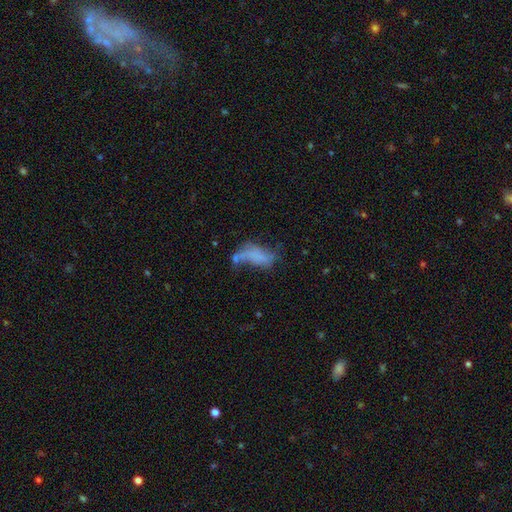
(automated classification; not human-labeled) smooth_or_featured: smooth (p=0.58) [alt: featured or disk p=0.29]
how_rounded: in between (p=0.81) [alt: cigar-shaped p=0.16]
merging: major disturbance (p=0.36) [alt: none p=0.24]